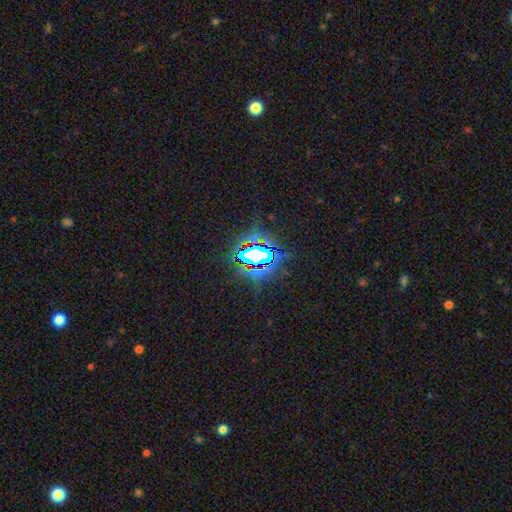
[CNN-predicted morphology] type=star or artifact (74%).